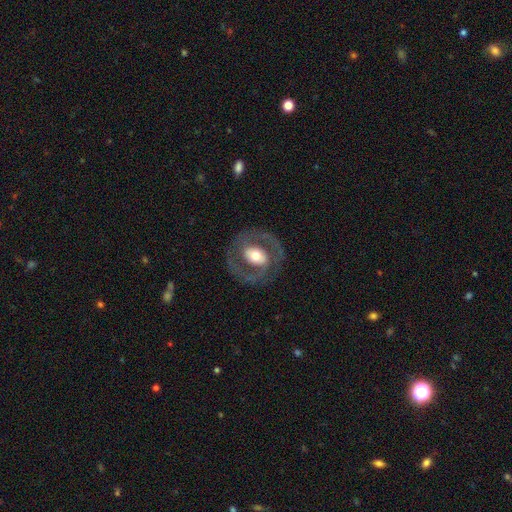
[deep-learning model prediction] A featured or disk galaxy (74%) with no bar (45%), spiral arms (67%) and a moderate central bulge (60%).

Vote fractions:
- Smooth or featured? featured or disk: 74% / smooth: 20% / star or artifact: 5%
- Edge-on disk? no: 96% / yes: 4%
- Bar? no: 45% / weak: 32% / strong: 22%
- Spiral arms? yes: 67% / no: 33%
- Bulge size? moderate: 60% / large: 25% / small: 11% / dominant: 3% / none: 1%
- Merging? none: 81% / minor disturbance: 10% / major disturbance: 8% / merger: 1%